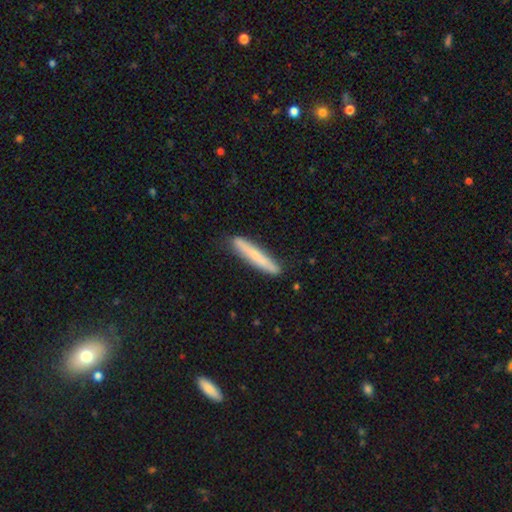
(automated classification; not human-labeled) Q: Smooth or featured?
A: smooth (68%); runner-up: featured or disk (27%)
Q: How rounded?
A: cigar-shaped (95%); runner-up: in between (4%)
Q: Merging?
A: none (87%); runner-up: minor disturbance (10%)